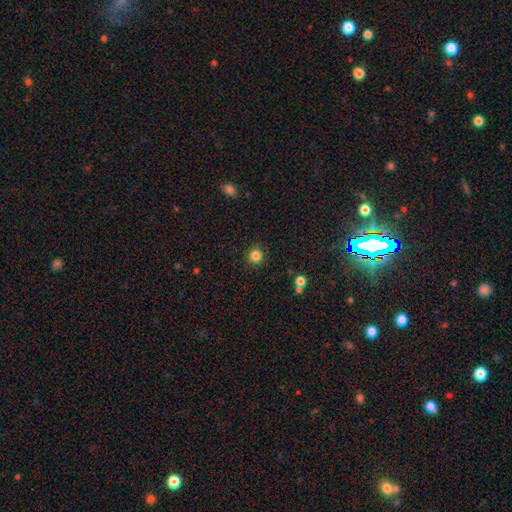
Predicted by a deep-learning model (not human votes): This is clearly a smooth galaxy (84%). How rounded: clearly round (94%). Merging: clearly none (90%).